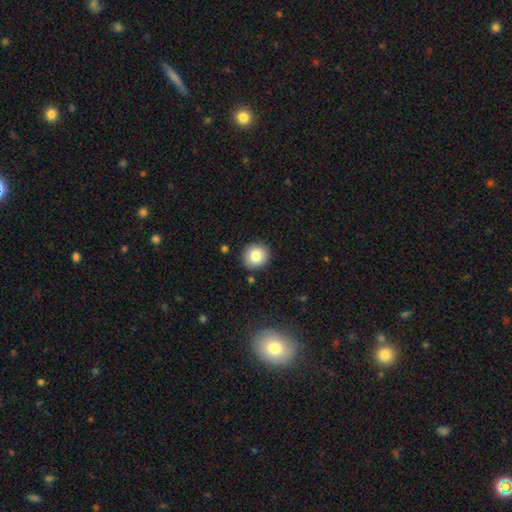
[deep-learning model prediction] smooth_or_featured: smooth (p=0.82) [alt: featured or disk p=0.09]
how_rounded: round (p=0.88) [alt: in between p=0.11]
merging: none (p=0.89) [alt: minor disturbance p=0.08]